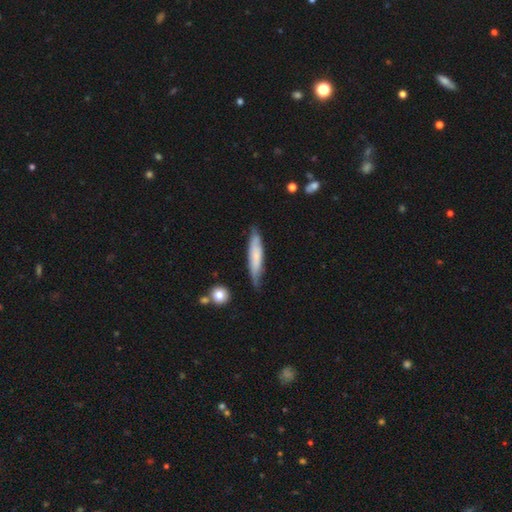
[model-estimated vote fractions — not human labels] Smooth or featured: smooth — 61% (featured or disk — 33%)
How rounded: cigar-shaped — 85% (in between — 13%)
Merging: none — 75% (minor disturbance — 20%)